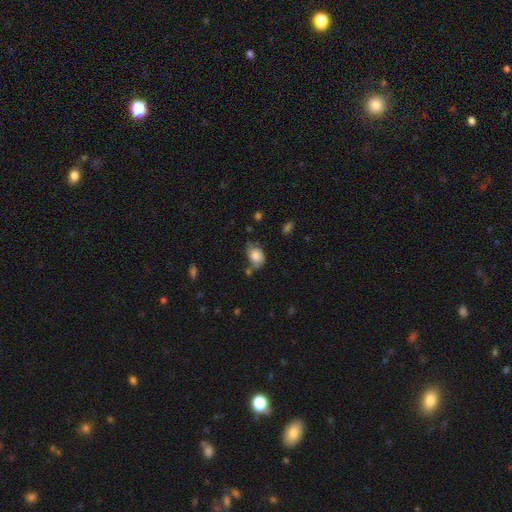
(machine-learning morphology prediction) This appears to be a smooth galaxy with no disk features (67%) that is in between round and cigar-shaped (71%). Merging: none (36%).